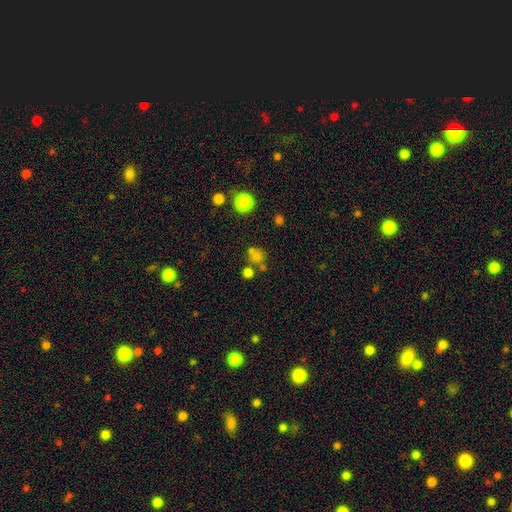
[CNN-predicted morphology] A smooth galaxy with no disk features (69%) that is round (79%).

Vote fractions:
- Smooth or featured? smooth: 69% / star or artifact: 21% / featured or disk: 10%
- How rounded? round: 79% / in between: 19% / cigar-shaped: 1%
- Merging? none: 56% / merger: 25% / minor disturbance: 12% / major disturbance: 7%